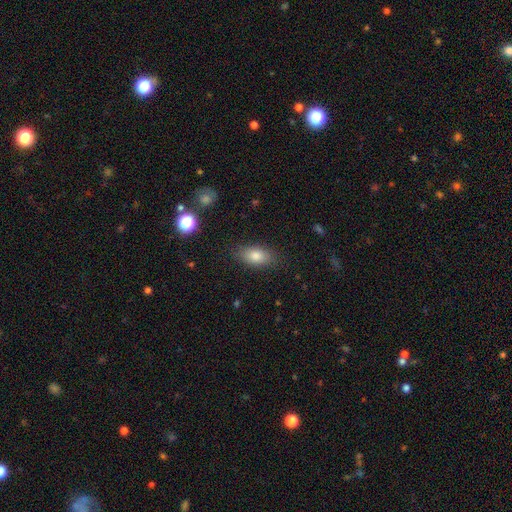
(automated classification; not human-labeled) Smooth or featured? smooth (81%)
How rounded? in between (87%)
Merging? none (84%)